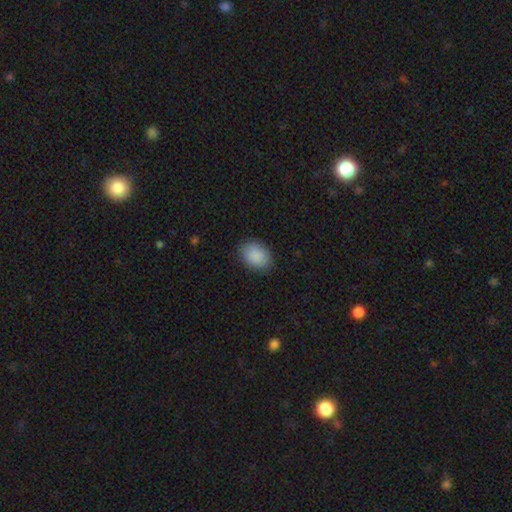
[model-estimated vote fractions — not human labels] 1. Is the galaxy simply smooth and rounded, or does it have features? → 90% smooth, 7% star or artifact, 4% featured or disk.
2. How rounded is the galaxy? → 73% in between, 26% round, 1% cigar-shaped.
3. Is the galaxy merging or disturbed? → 86% none, 10% minor disturbance, 3% major disturbance, 1% merger.